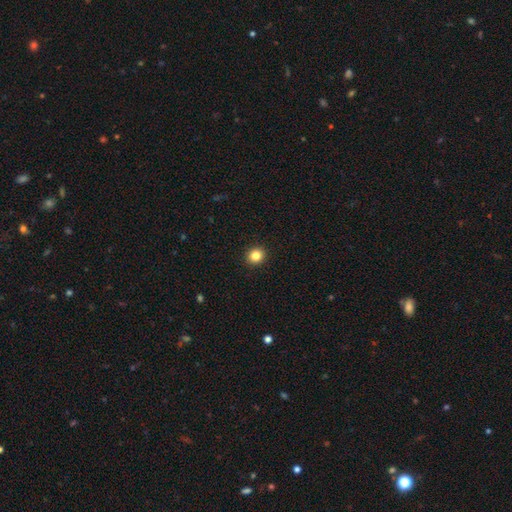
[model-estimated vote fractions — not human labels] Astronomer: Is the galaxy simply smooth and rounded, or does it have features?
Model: smooth — 84%.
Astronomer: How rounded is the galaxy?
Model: round — 79%.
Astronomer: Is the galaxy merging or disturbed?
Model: none — 92%.